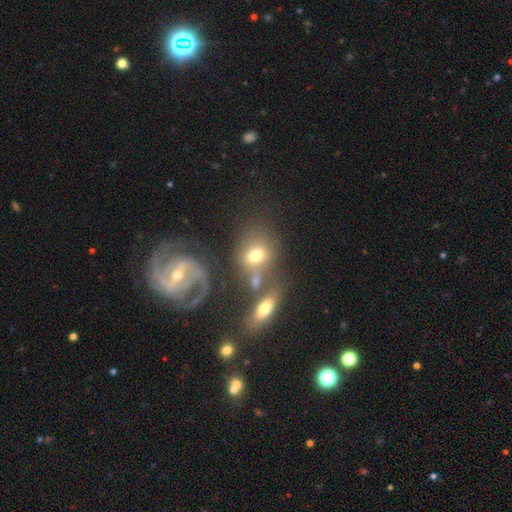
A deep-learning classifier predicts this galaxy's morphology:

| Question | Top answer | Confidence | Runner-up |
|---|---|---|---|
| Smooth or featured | smooth | 61% | featured or disk (26%) |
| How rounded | in between | 50% | round (48%) |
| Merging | merger | 41% | none (33%) |